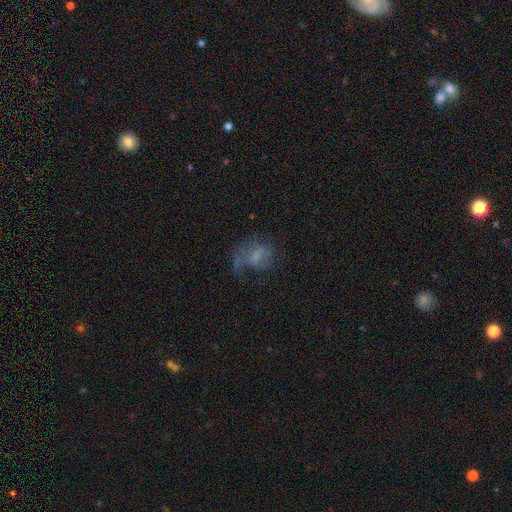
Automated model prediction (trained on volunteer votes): Smooth or featured? Predicted: featured or disk (p=0.42). Merging? Predicted: major disturbance (p=0.44).